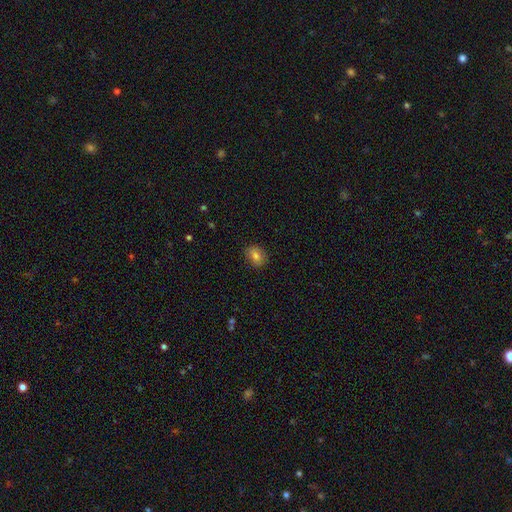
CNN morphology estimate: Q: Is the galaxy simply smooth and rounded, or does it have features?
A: smooth — 78%.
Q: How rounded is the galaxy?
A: in between — 55%.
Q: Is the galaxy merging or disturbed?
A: none — 83%.